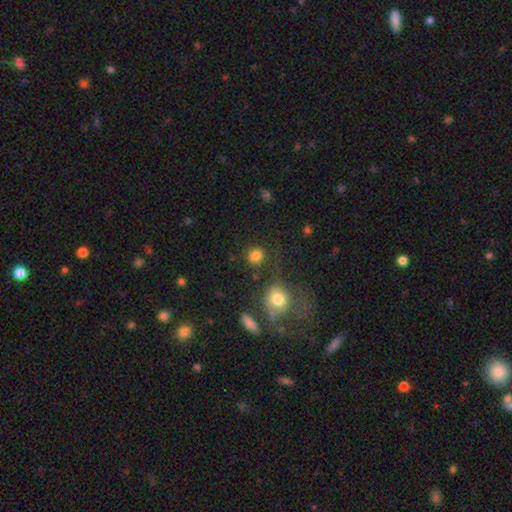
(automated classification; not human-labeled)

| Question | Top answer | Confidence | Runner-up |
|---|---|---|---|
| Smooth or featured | smooth | 81% | star or artifact (13%) |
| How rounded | round | 76% | in between (22%) |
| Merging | none | 71% | minor disturbance (12%) |